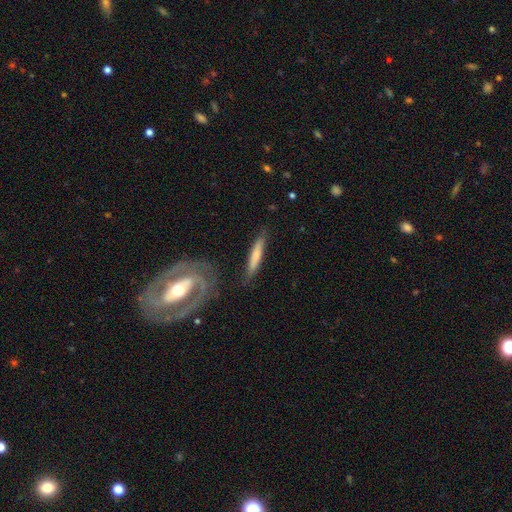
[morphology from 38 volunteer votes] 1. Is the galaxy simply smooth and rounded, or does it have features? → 58% smooth, 42% featured or disk, 0% star or artifact.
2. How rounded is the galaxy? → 95% cigar-shaped, 5% round, 0% in between.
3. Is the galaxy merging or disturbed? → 76% none, 11% minor disturbance, 8% major disturbance, 5% merger.